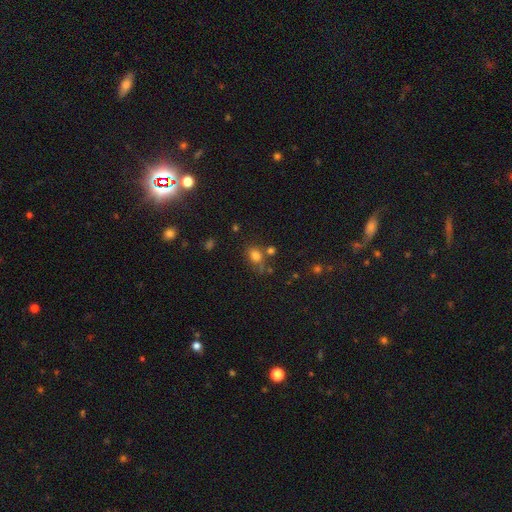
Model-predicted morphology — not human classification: Overall: smooth (77%). How rounded: in between (51%; round 48%). Merging: none (64%).